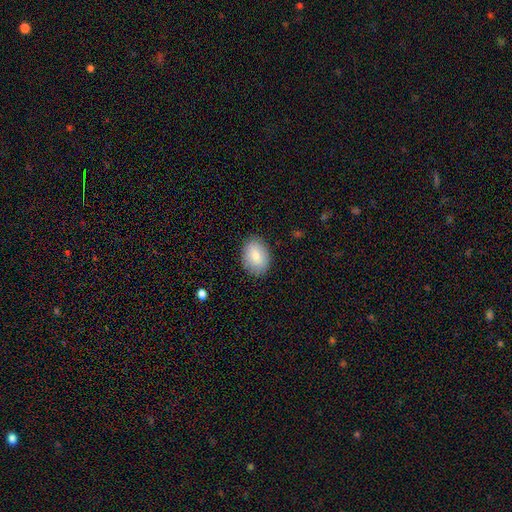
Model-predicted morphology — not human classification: Smooth or featured: smooth — 83% (featured or disk — 11%)
How rounded: in between — 76% (round — 23%)
Merging: none — 86% (minor disturbance — 10%)